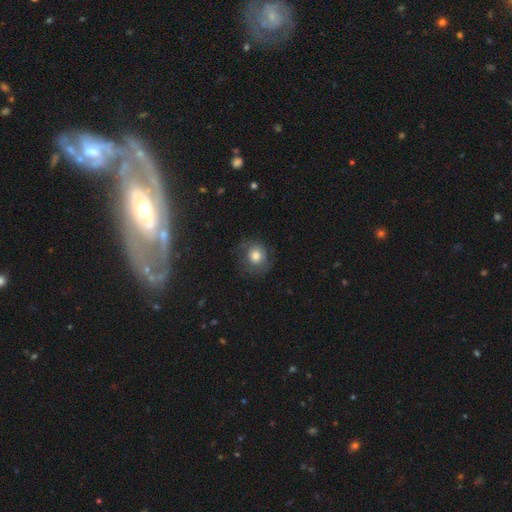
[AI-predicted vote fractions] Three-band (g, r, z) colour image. It shows a smooth galaxy with no disk features (67%) that is round (83%). Merging: none (65%).